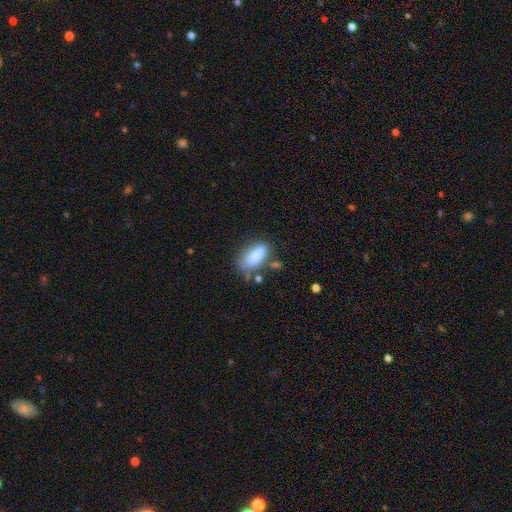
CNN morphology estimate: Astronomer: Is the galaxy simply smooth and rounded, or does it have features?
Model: smooth — 78%.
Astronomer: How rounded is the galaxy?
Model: in between — 77%.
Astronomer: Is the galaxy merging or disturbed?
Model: none — 48% (runner-up: minor disturbance, 26%).